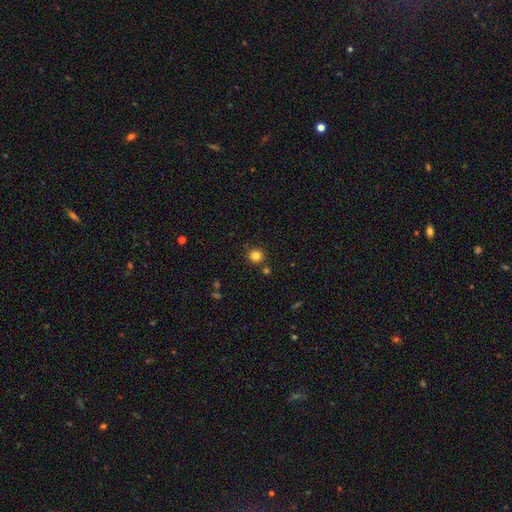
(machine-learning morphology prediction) This is clearly a smooth galaxy (83%). How rounded: clearly round (91%). Merging: clearly none (83%).